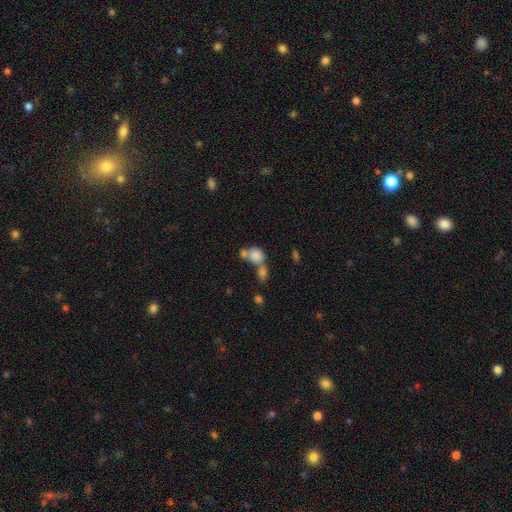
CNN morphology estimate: A smooth galaxy with no disk features (80%) that is round (64%).

Vote fractions:
- Smooth or featured? smooth: 80% / featured or disk: 11% / star or artifact: 10%
- How rounded? round: 64% / in between: 34% / cigar-shaped: 2%
- Merging? merger: 58% / none: 28% / minor disturbance: 8% / major disturbance: 6%